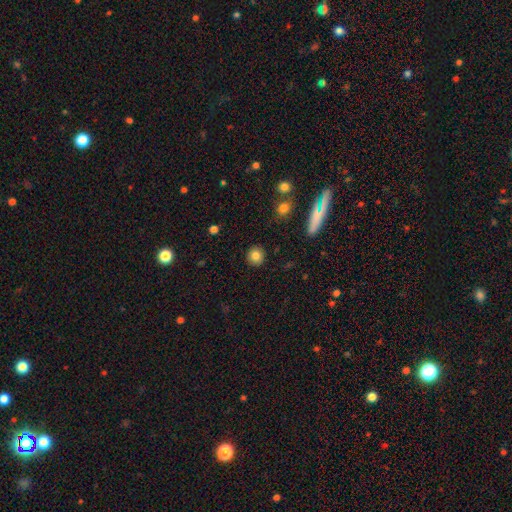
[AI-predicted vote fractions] A smooth galaxy with no disk features (83%) that is round (92%).

Vote fractions:
- Smooth or featured? smooth: 83% / star or artifact: 10% / featured or disk: 7%
- How rounded? round: 92% / in between: 7% / cigar-shaped: 1%
- Merging? none: 92% / minor disturbance: 5% / major disturbance: 2% / merger: 1%